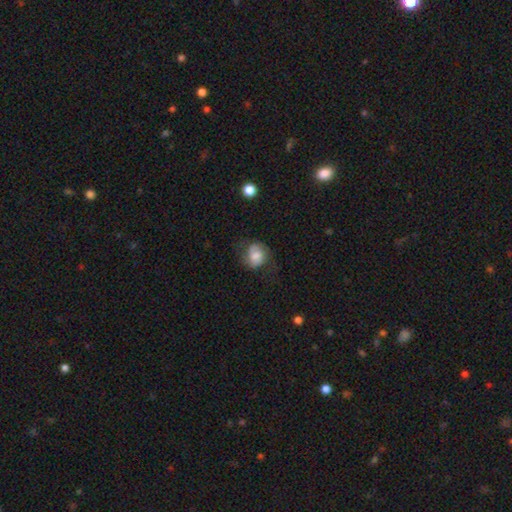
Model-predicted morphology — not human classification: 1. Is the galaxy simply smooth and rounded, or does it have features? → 58% smooth, 33% featured or disk, 8% star or artifact.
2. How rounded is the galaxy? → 63% round, 36% in between, 1% cigar-shaped.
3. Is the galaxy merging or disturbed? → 53% none, 26% minor disturbance, 19% major disturbance, 2% merger.